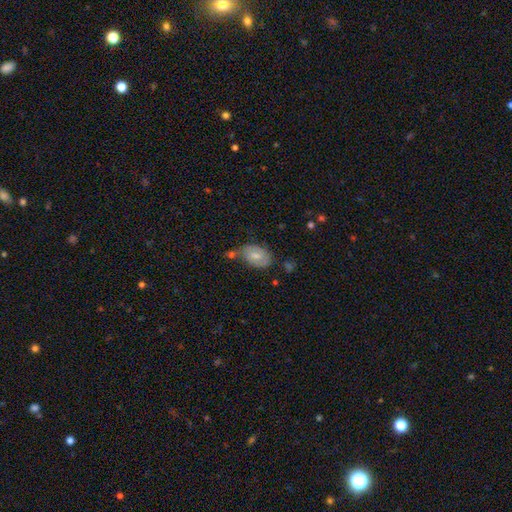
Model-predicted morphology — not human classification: smooth 64%, featured or disk 29%, star or artifact 7%. Down the decision tree: how rounded — in between (87%); merging — none (52%).